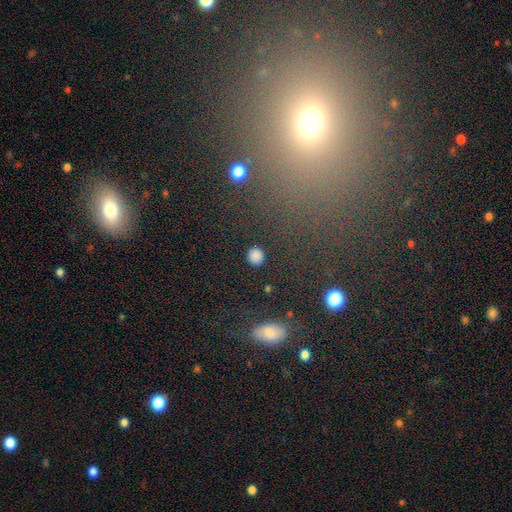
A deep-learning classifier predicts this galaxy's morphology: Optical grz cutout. It shows a smooth galaxy with no disk features (85%) that is round (93%). Merging: none (91%).